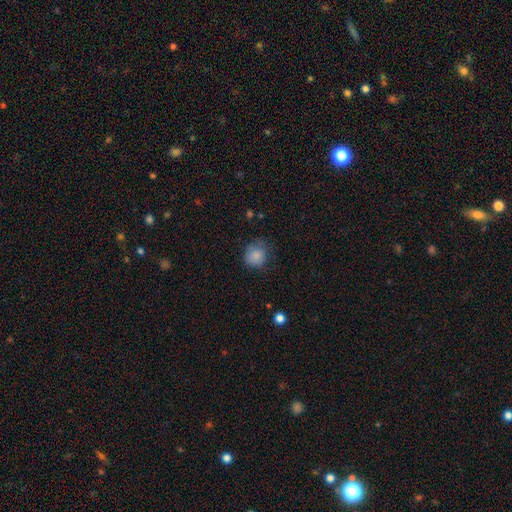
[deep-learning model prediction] Smooth or featured: smooth — 84% (star or artifact — 9%)
How rounded: round — 80% (in between — 19%)
Merging: none — 63% (minor disturbance — 28%)